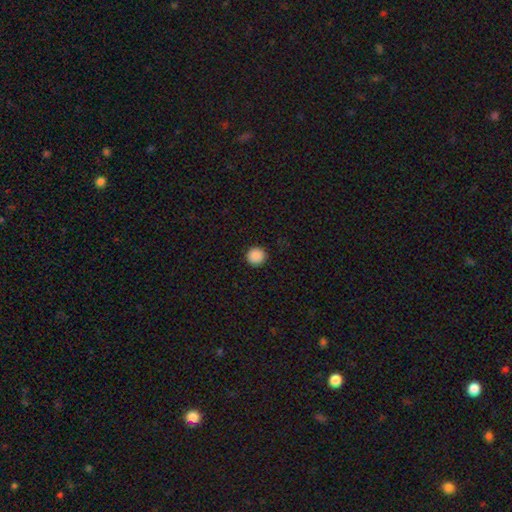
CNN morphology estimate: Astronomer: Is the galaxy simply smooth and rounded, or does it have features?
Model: smooth — 89%.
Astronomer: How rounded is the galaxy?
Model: round — 95%.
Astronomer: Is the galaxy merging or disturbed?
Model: none — 93%.